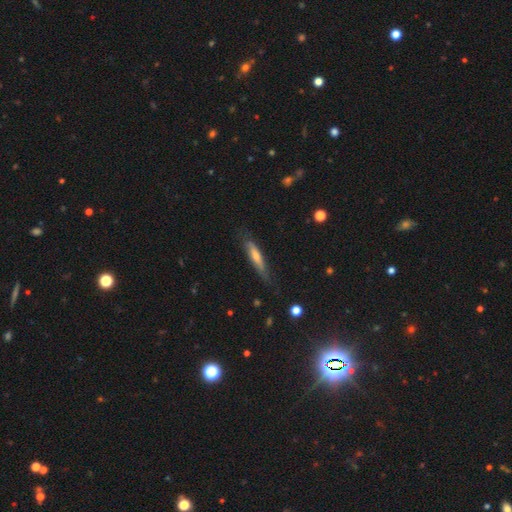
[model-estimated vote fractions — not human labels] This is possibly a smooth galaxy (48%). Merging: likely none (73%).